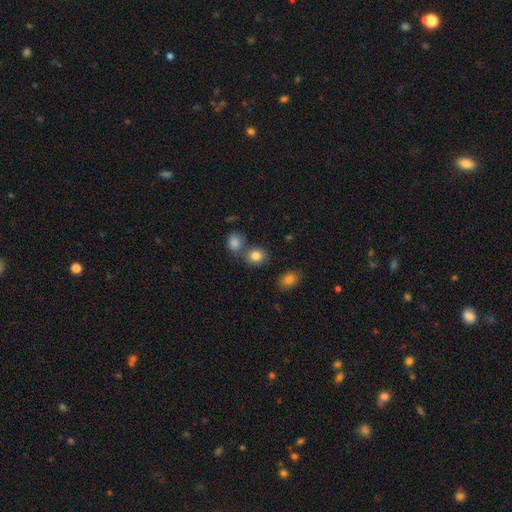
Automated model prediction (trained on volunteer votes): This is clearly a smooth galaxy (83%). How rounded: likely round (69%). Merging: likely none (62%).